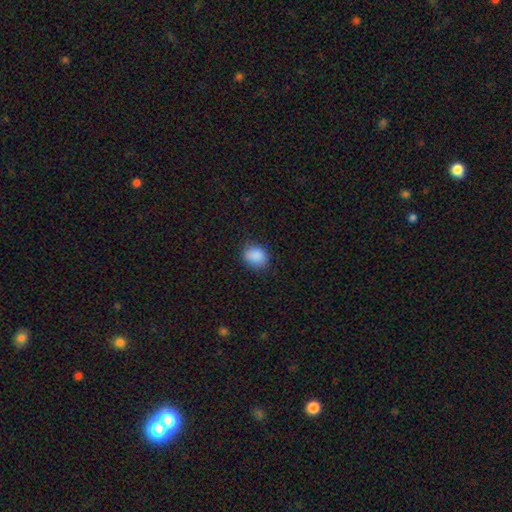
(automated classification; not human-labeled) Overall: smooth (88%). How rounded: round (56%; in between 43%). Merging: none (81%).